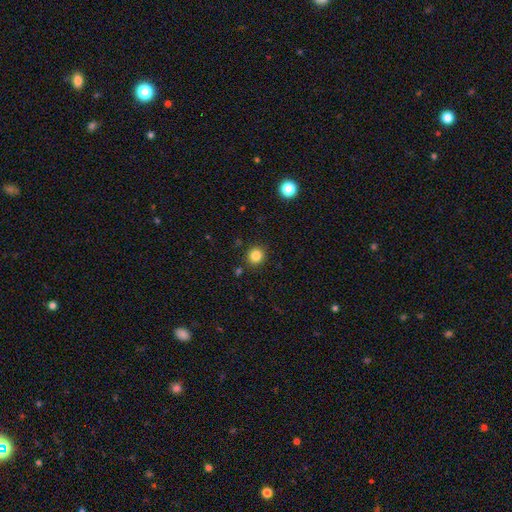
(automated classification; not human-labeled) Smooth or featured? Predicted: smooth (p=0.84). How rounded? Predicted: round (p=0.90). Merging? Predicted: none (p=0.89).